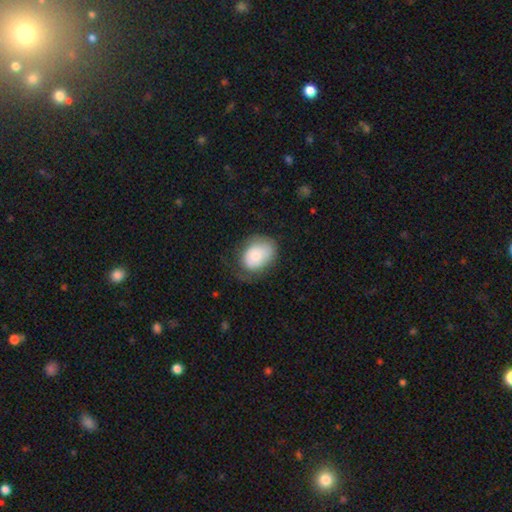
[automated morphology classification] A smooth galaxy with no disk features (76%) that is in between round and cigar-shaped (70%).

Vote fractions:
- Smooth or featured? smooth: 76% / featured or disk: 17% / star or artifact: 7%
- How rounded? in between: 70% / round: 29% / cigar-shaped: 1%
- Merging? none: 53% / minor disturbance: 31% / major disturbance: 14% / merger: 2%